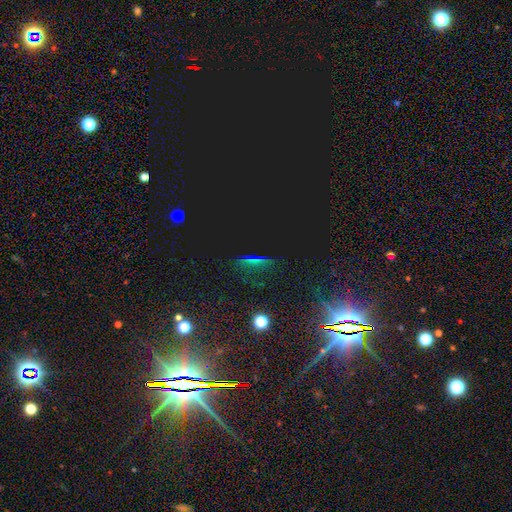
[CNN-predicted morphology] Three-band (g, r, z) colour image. It shows a star or artifact, not a galaxy (65%).